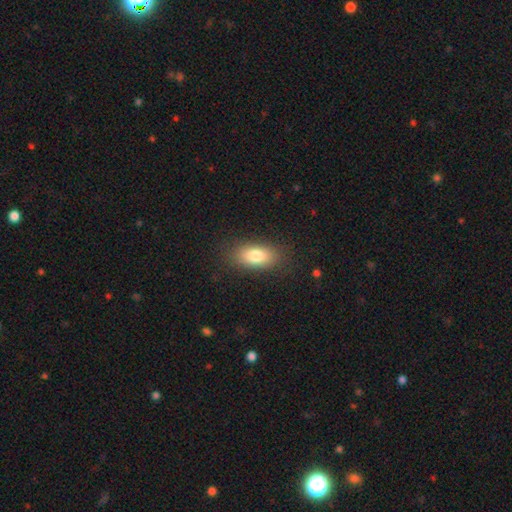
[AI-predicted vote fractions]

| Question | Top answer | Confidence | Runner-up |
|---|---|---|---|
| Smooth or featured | smooth | 80% | featured or disk (12%) |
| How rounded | in between | 87% | cigar-shaped (7%) |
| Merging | none | 84% | minor disturbance (11%) |